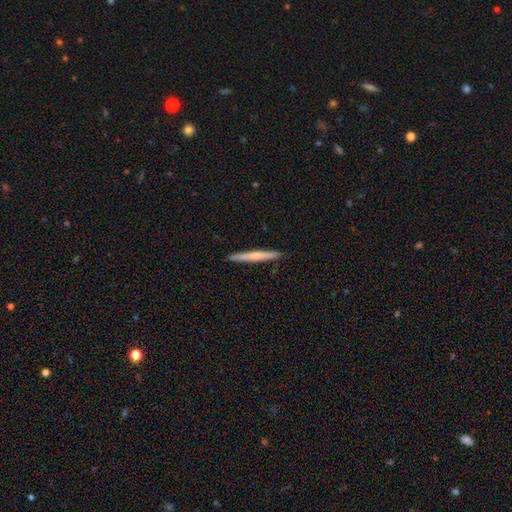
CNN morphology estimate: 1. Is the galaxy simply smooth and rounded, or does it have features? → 57% smooth, 37% featured or disk, 5% star or artifact.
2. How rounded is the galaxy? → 97% cigar-shaped, 2% in between, 1% round.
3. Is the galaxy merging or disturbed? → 92% none, 6% minor disturbance, 1% major disturbance, 1% merger.